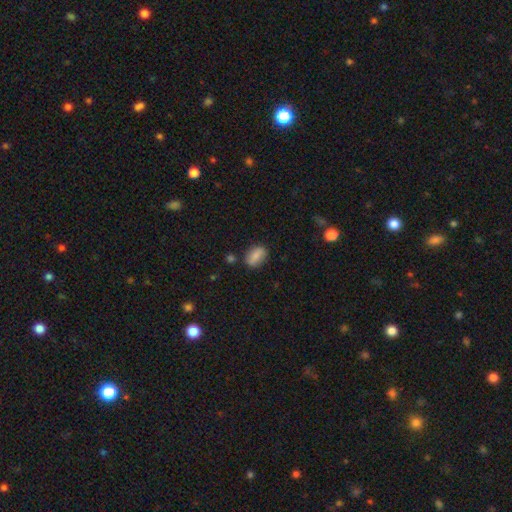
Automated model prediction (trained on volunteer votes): Smooth or featured?
  - smooth: 82% *
  - featured or disk: 10%
  - star or artifact: 8%
How rounded?
  - in between: 85% *
  - round: 11%
  - cigar-shaped: 4%
Merging?
  - none: 80% *
  - minor disturbance: 14%
  - major disturbance: 3%
  - merger: 3%